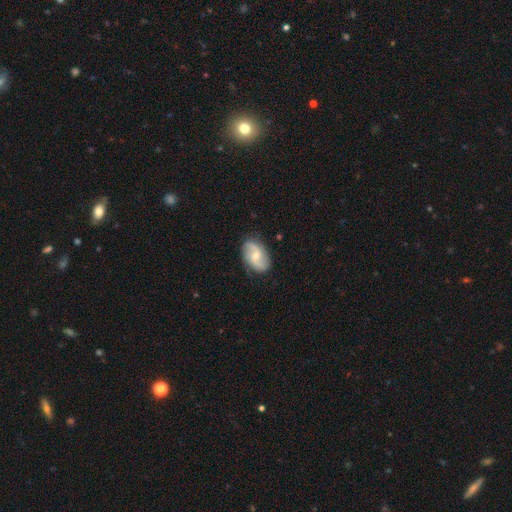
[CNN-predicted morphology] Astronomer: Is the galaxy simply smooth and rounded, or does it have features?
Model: featured or disk — 73%.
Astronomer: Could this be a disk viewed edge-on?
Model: no — 96%.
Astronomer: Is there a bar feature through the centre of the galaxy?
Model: no — 51% (runner-up: weak, 40%).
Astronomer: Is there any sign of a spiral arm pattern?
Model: yes — 93%.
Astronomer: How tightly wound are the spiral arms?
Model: loose — 53% (runner-up: medium, 33%).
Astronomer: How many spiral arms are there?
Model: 2 — 89%.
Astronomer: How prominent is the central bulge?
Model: moderate — 49% (runner-up: small, 46%).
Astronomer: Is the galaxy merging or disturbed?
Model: none — 81%.